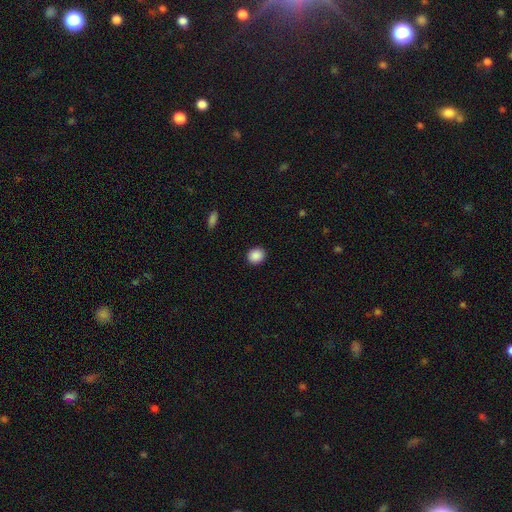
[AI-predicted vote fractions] A smooth galaxy with no disk features (89%) that is round (79%). Merging: none (91%).